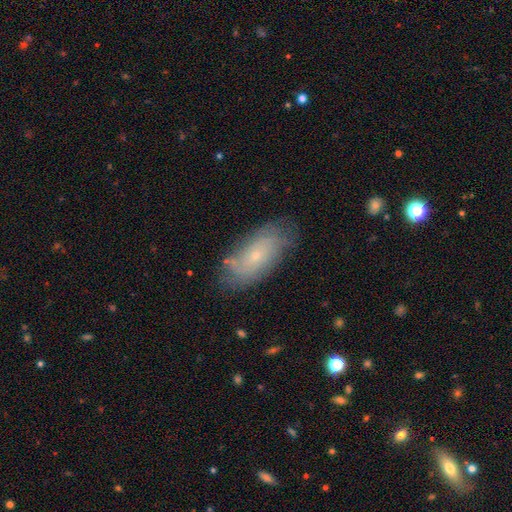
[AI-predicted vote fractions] Morphology: type=featured or disk (51%); edge-on=no (89%); merging=none (75%).